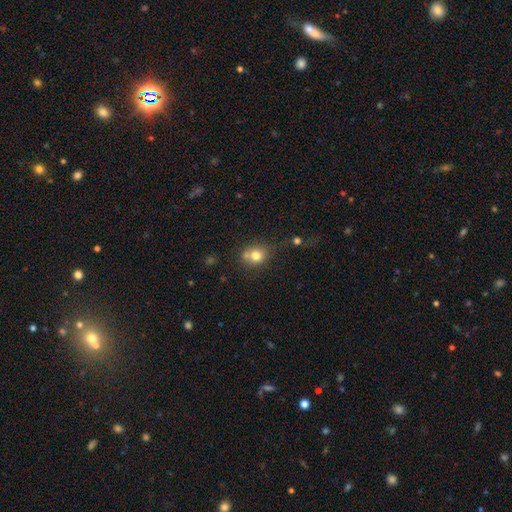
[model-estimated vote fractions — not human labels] Q: Smooth or featured?
A: smooth (76%); runner-up: featured or disk (13%)
Q: How rounded?
A: round (73%); runner-up: in between (26%)
Q: Merging?
A: none (49%); runner-up: merger (29%)